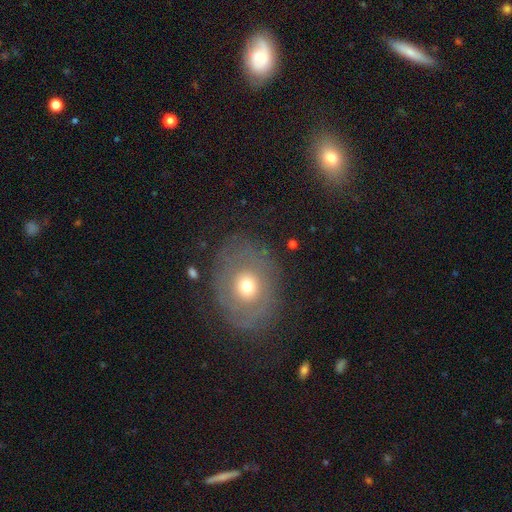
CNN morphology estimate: This is possibly a featured or disk galaxy (52%). It is clearly not viewed edge-on (94%). Merging: clearly none (81%).